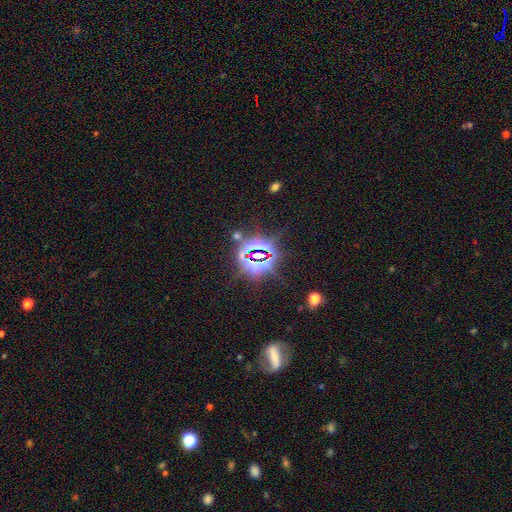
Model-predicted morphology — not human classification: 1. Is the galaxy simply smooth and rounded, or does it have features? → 82% star or artifact, 10% smooth, 8% featured or disk.